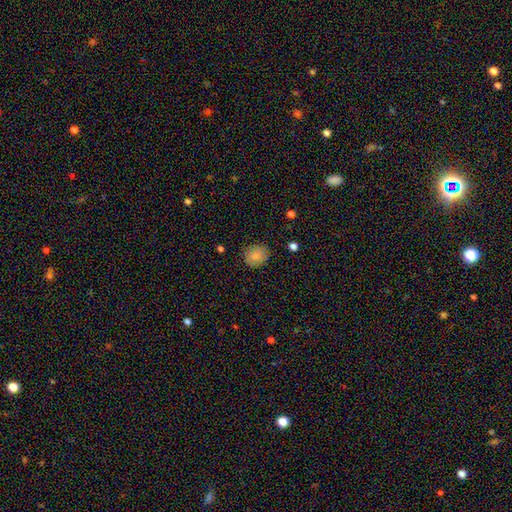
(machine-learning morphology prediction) Smooth or featured? Predicted: smooth (p=0.84). How rounded? Predicted: round (p=0.80). Merging? Predicted: none (p=0.83).